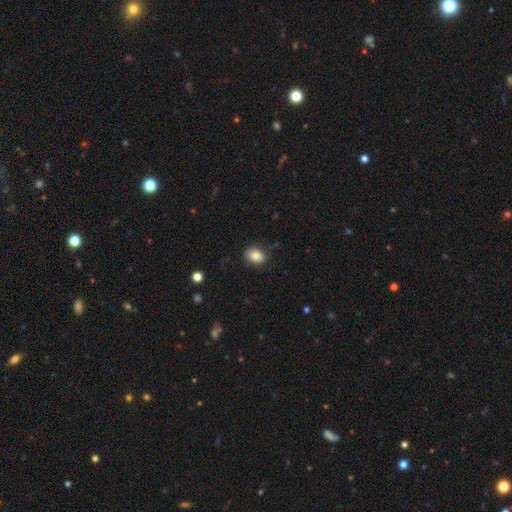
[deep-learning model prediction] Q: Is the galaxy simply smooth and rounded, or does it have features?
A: smooth — 84%.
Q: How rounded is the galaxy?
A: in between — 75%.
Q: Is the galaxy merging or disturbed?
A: none — 80%.